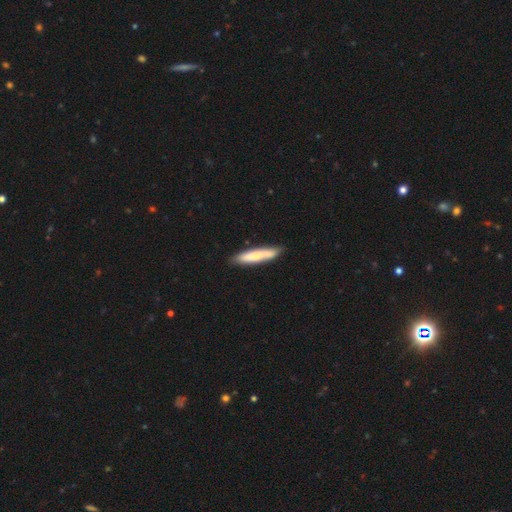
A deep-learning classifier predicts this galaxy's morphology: smooth_or_featured: smooth (p=0.70) [alt: featured or disk p=0.25]
how_rounded: cigar-shaped (p=0.88) [alt: in between p=0.10]
merging: none (p=0.82) [alt: minor disturbance p=0.14]